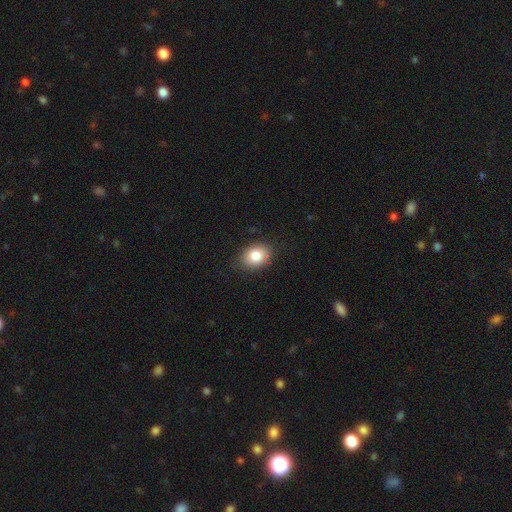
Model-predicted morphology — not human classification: type=smooth (83%); roundness=in between (66%); merging=none (84%).